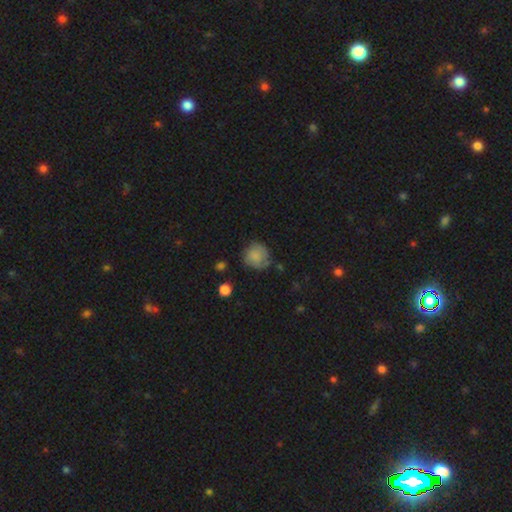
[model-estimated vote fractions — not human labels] Smooth or featured?
  - smooth: 74% *
  - featured or disk: 17%
  - star or artifact: 9%
How rounded?
  - round: 87% *
  - in between: 12%
  - cigar-shaped: 1%
Merging?
  - none: 65% *
  - minor disturbance: 23%
  - major disturbance: 8%
  - merger: 4%